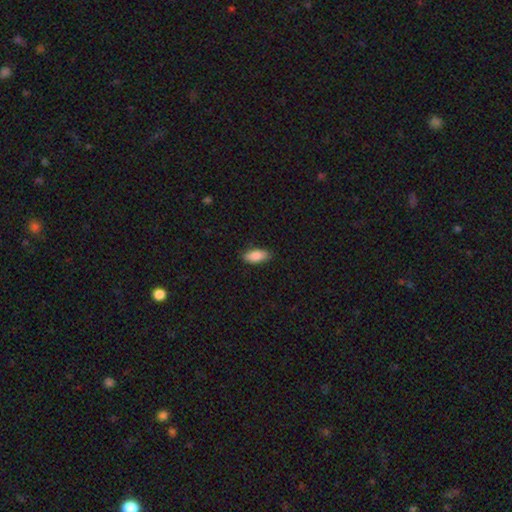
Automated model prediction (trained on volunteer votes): Smooth or featured?
  - smooth: 88% *
  - star or artifact: 6%
  - featured or disk: 6%
How rounded?
  - in between: 87% *
  - cigar-shaped: 11%
  - round: 2%
Merging?
  - none: 86% *
  - minor disturbance: 11%
  - major disturbance: 2%
  - merger: 1%